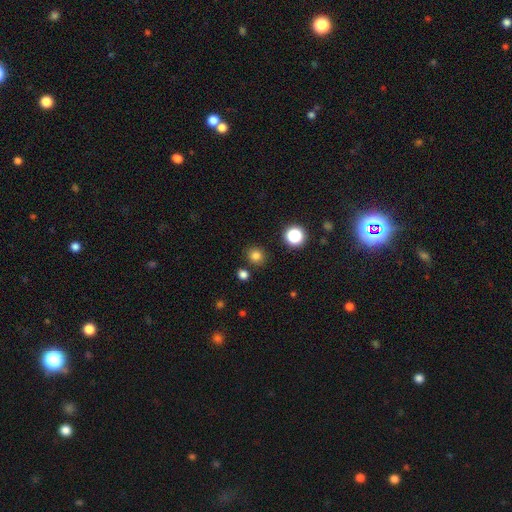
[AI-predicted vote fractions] smooth 80%, star or artifact 16%, featured or disk 4%. Down the decision tree: how rounded — round (89%); merging — none (86%).